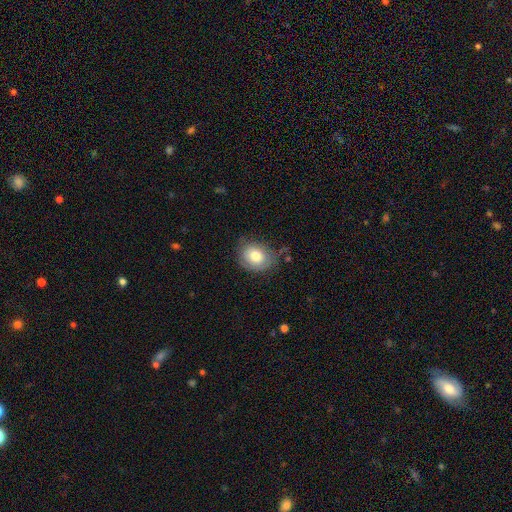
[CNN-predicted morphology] Overall: smooth (72%). How rounded: round (55%; in between 44%). Merging: none (66%).